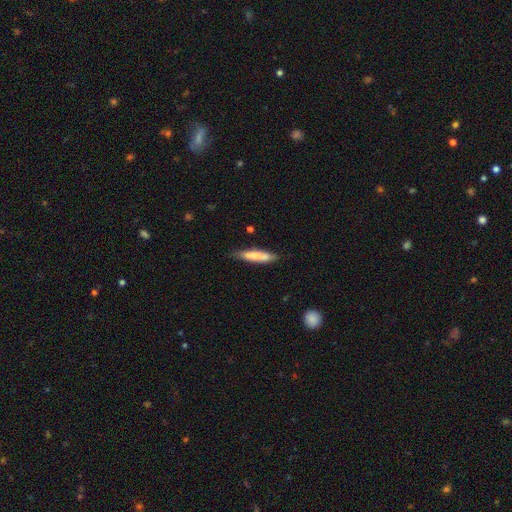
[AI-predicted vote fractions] This is likely a smooth galaxy (73%). How rounded: clearly cigar-shaped (85%). Merging: likely none (76%).